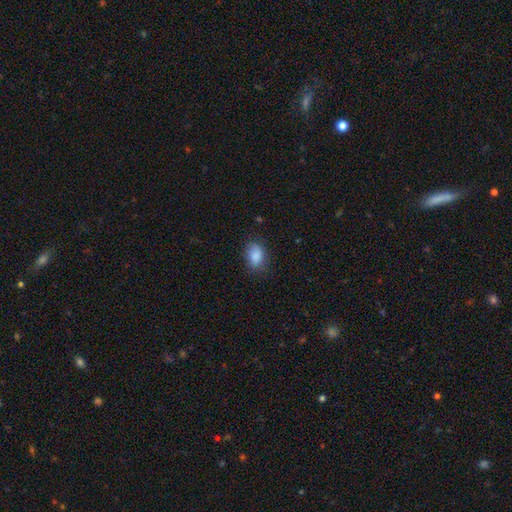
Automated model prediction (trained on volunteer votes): The model was most divided on "merging": none: 74%, minor disturbance: 20%, major disturbance: 5%, merger: 1%. More confident: smooth or featured — smooth (87%); how rounded — in between (83%).